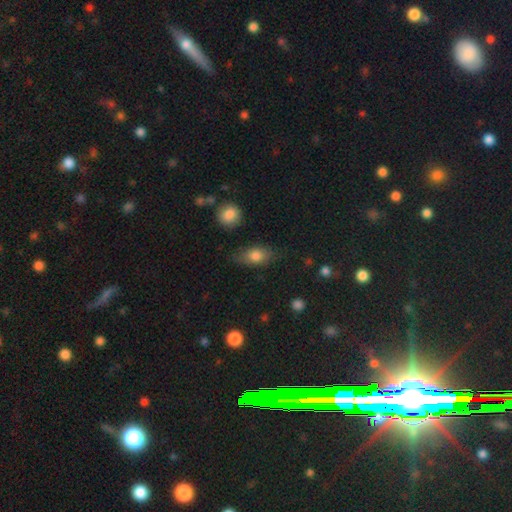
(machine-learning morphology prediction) Smooth or featured?
  - smooth: 77% *
  - featured or disk: 15%
  - star or artifact: 8%
How rounded?
  - in between: 82% *
  - round: 11%
  - cigar-shaped: 7%
Merging?
  - none: 72% *
  - minor disturbance: 20%
  - major disturbance: 5%
  - merger: 3%